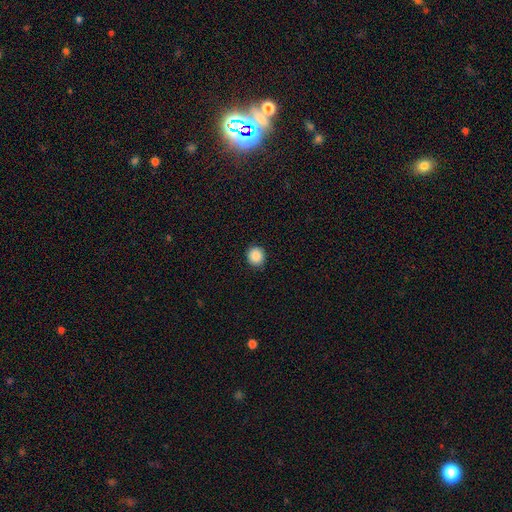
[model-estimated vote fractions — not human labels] This appears to be a smooth galaxy with no disk features (88%) that is round (88%). Merging: none (91%).